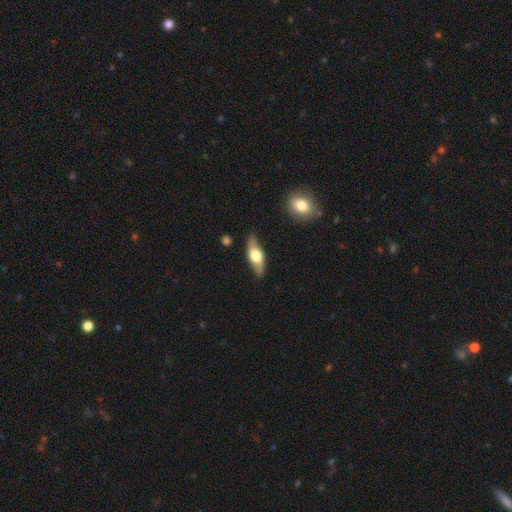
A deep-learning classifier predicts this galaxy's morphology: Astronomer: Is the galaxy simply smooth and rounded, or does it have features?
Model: smooth — 50% (runner-up: featured or disk, 45%).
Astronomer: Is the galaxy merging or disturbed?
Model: none — 82%.